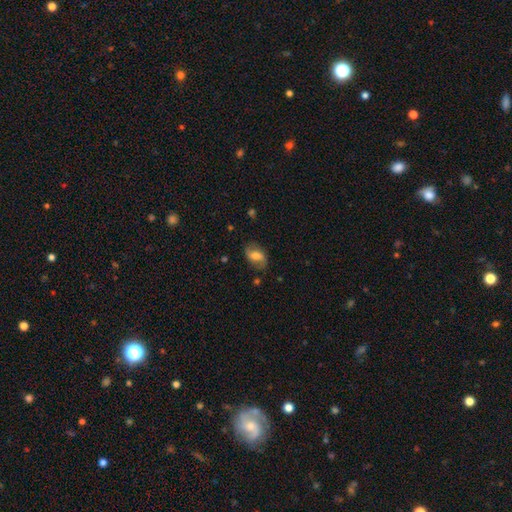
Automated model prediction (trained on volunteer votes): Overall: smooth (49%; featured or disk 42%). Merging: none (69%).